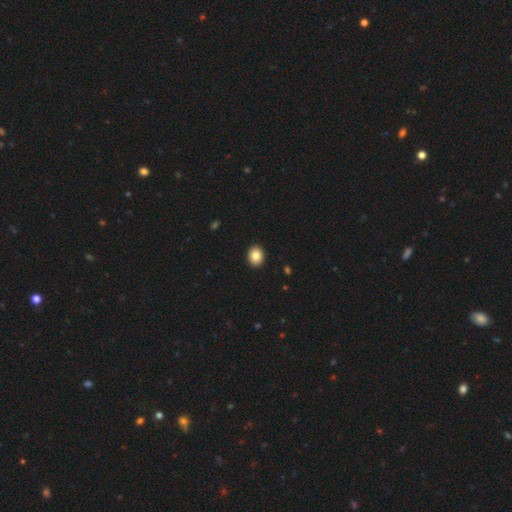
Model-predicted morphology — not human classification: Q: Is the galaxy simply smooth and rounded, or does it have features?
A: smooth — 84%.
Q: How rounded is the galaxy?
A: round — 50%.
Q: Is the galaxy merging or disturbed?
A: none — 92%.